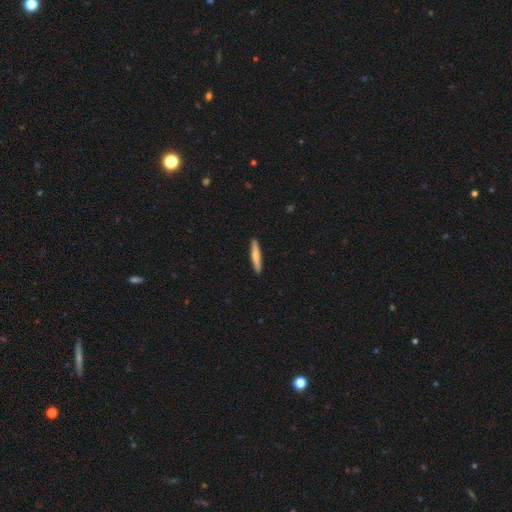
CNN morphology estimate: A smooth galaxy with no disk features (65%) that is cigar-shaped (93%). Merging: none (91%).